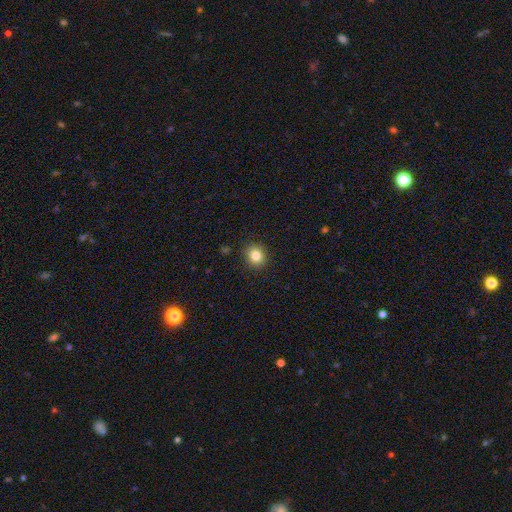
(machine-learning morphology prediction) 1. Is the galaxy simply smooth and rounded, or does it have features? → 83% smooth, 11% star or artifact, 6% featured or disk.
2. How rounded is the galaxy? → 78% round, 21% in between, 1% cigar-shaped.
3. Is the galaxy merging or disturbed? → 90% none, 7% minor disturbance, 2% major disturbance, 1% merger.